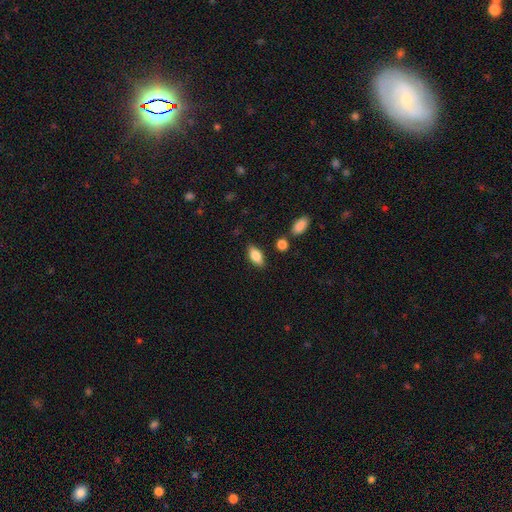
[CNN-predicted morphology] Q: Smooth or featured?
A: smooth (82%); runner-up: featured or disk (10%)
Q: How rounded?
A: in between (88%); runner-up: cigar-shaped (8%)
Q: Merging?
A: none (82%); runner-up: minor disturbance (12%)